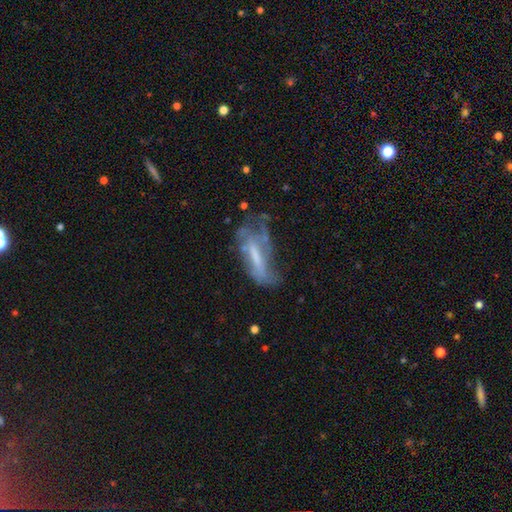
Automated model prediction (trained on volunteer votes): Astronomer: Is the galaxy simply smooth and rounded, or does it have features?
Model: featured or disk — 57% (runner-up: smooth, 33%).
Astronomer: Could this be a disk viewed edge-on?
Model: no — 82%.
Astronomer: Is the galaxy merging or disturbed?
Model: major disturbance — 36% (runner-up: none, 32%).